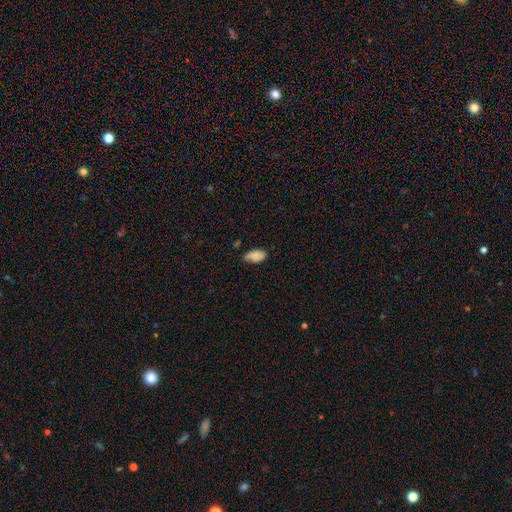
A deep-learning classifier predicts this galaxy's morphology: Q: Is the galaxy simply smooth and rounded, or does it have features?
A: smooth — 77%.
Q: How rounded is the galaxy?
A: in between — 93%.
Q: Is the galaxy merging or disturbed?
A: none — 56%.